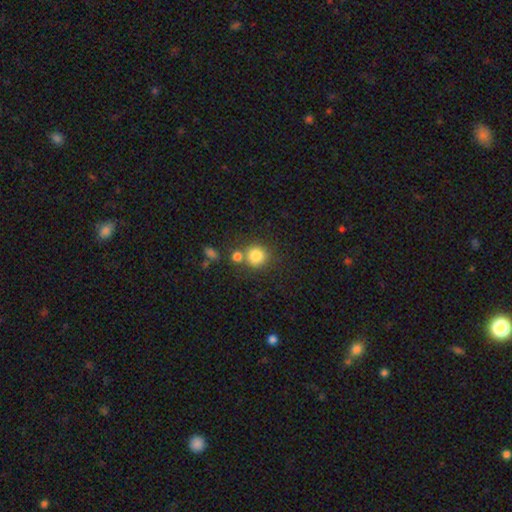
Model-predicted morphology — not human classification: smooth-or-featured: smooth: 82% | star or artifact: 11% | featured or disk: 7%
  how-rounded: round: 91% | in between: 8% | cigar-shaped: 1%
  merging: none: 64% | merger: 23% | minor disturbance: 9% | major disturbance: 4%